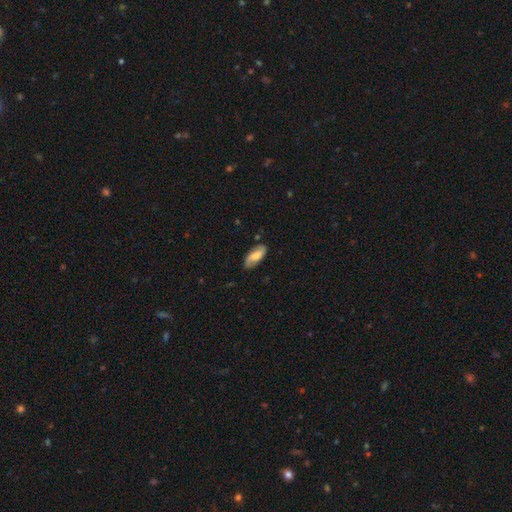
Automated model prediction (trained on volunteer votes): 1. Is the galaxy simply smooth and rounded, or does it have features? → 54% smooth, 39% featured or disk, 7% star or artifact.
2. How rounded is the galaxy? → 84% in between, 14% cigar-shaped, 2% round.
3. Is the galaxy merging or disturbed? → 77% none, 17% minor disturbance, 4% major disturbance, 2% merger.